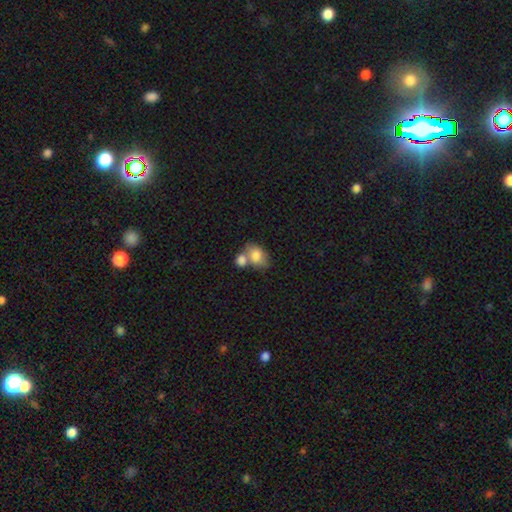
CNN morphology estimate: Q: Smooth or featured?
A: smooth (79%); runner-up: featured or disk (14%)
Q: How rounded?
A: in between (71%); runner-up: round (28%)
Q: Merging?
A: merger (54%); runner-up: none (30%)